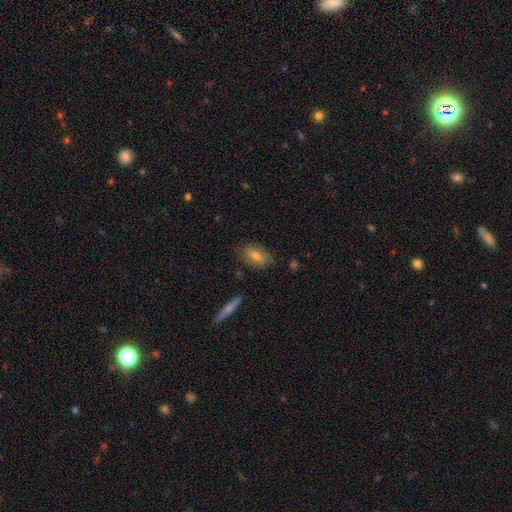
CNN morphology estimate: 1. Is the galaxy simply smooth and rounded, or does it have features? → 57% smooth, 33% featured or disk, 10% star or artifact.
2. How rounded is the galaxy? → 84% in between, 9% round, 7% cigar-shaped.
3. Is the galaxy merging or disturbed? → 79% none, 16% minor disturbance, 3% major disturbance, 2% merger.